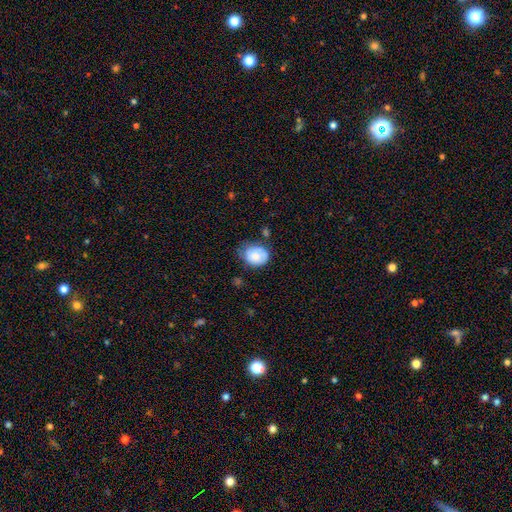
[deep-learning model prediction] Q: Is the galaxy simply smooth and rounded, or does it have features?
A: smooth — 75%.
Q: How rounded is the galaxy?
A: in between — 53%.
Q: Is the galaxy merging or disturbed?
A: none — 47%.